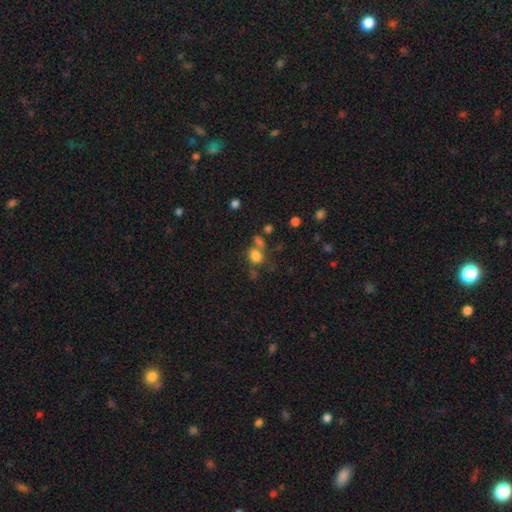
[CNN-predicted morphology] A smooth galaxy with no disk features (76%) that is round (71%).

Vote fractions:
- Smooth or featured? smooth: 76% / star or artifact: 15% / featured or disk: 10%
- How rounded? round: 71% / in between: 28% / cigar-shaped: 2%
- Merging? none: 50% / merger: 25% / minor disturbance: 15% / major disturbance: 10%